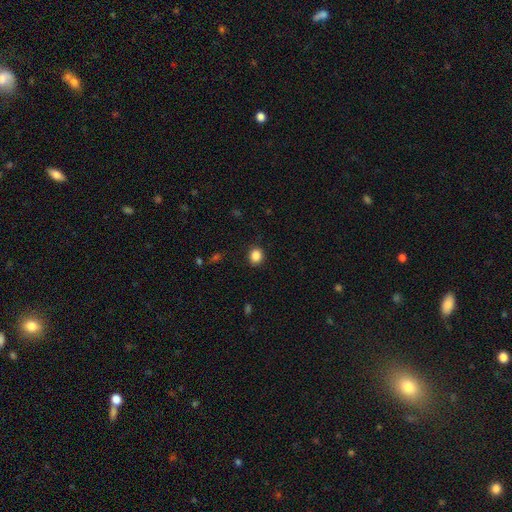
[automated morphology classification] Smooth or featured: smooth — 87% (star or artifact — 10%)
How rounded: round — 72% (in between — 27%)
Merging: none — 89% (minor disturbance — 8%)